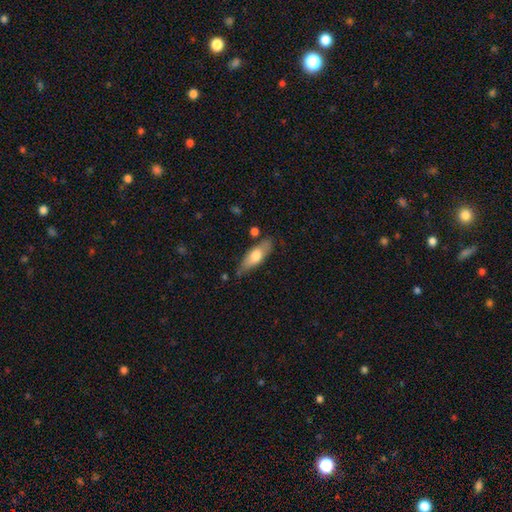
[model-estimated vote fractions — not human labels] The model was most divided on "how rounded": in between: 62%, cigar-shaped: 35%, round: 3%. More confident: merging — none (70%); smooth or featured — smooth (62%).